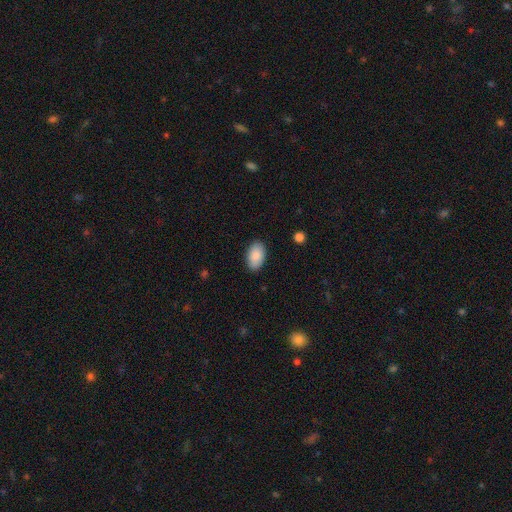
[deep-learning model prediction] Morphology: type=smooth (88%); roundness=in between (94%); merging=none (88%).